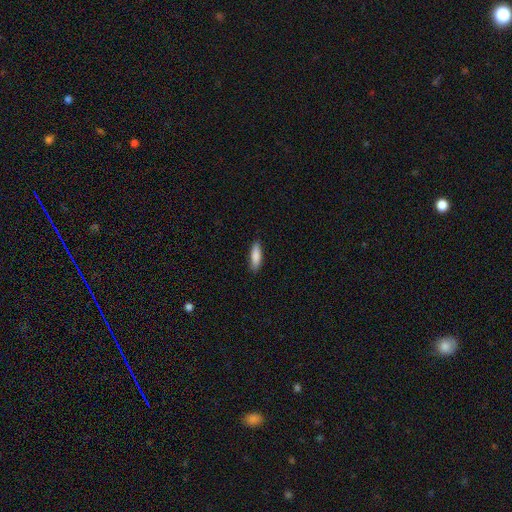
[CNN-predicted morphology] The model was most divided on "how rounded": cigar-shaped: 52%, in between: 46%, round: 2%. More confident: merging — none (88%); smooth or featured — smooth (86%).